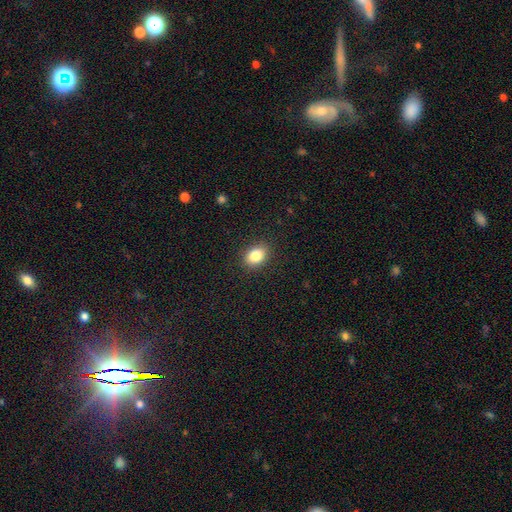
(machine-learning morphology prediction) type=smooth (85%); roundness=in between (72%); merging=none (89%).